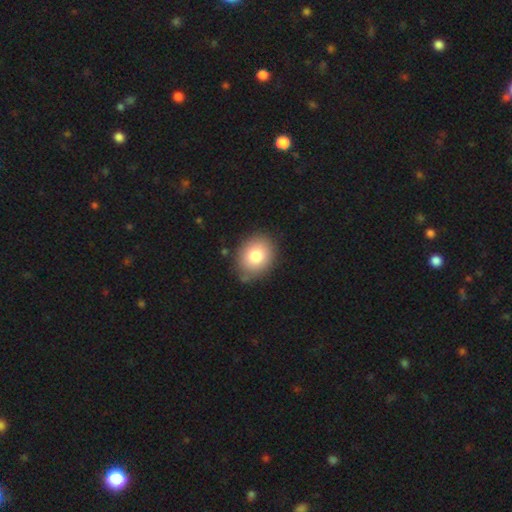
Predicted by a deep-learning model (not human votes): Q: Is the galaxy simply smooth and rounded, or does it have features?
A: smooth — 80%.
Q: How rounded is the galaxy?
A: round — 50%.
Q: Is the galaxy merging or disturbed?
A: none — 83%.